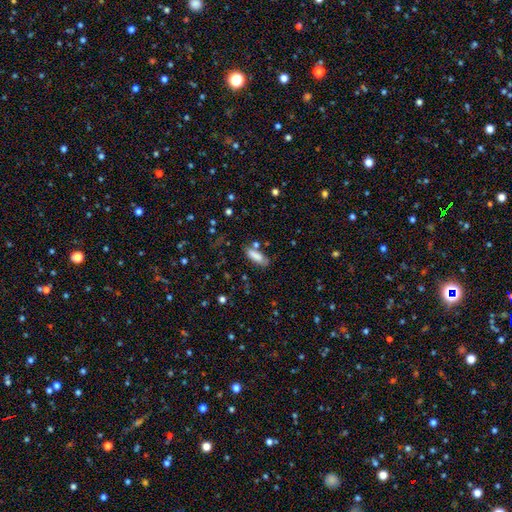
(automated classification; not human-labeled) Smooth or featured: smooth — 83% (featured or disk — 9%)
How rounded: in between — 66% (cigar-shaped — 32%)
Merging: none — 66% (minor disturbance — 19%)